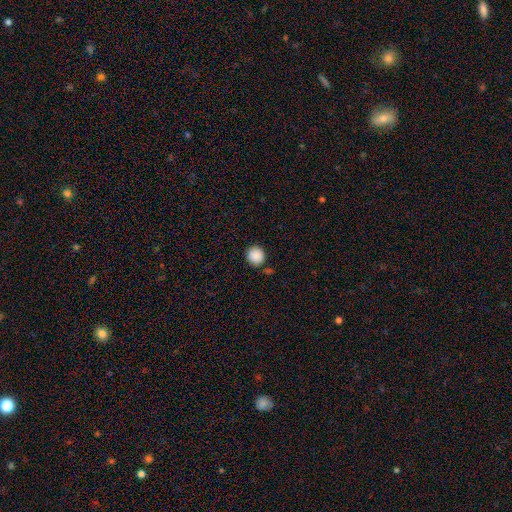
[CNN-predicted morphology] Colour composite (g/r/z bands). It shows a smooth galaxy with no disk features (89%) that is round (91%). Merging: none (83%).